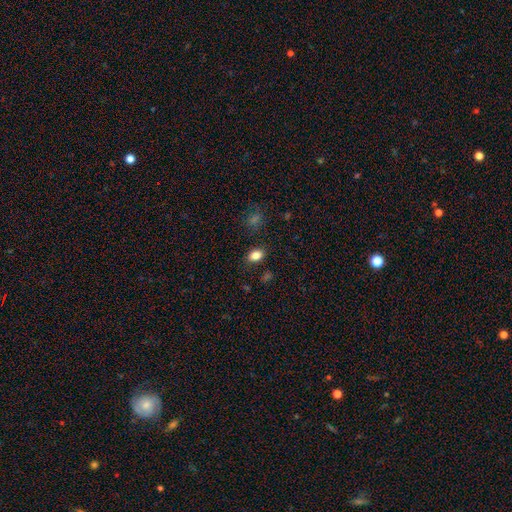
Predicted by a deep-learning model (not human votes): smooth 84%, star or artifact 10%, featured or disk 6%. Down the decision tree: how rounded — in between (79%); merging — none (85%).